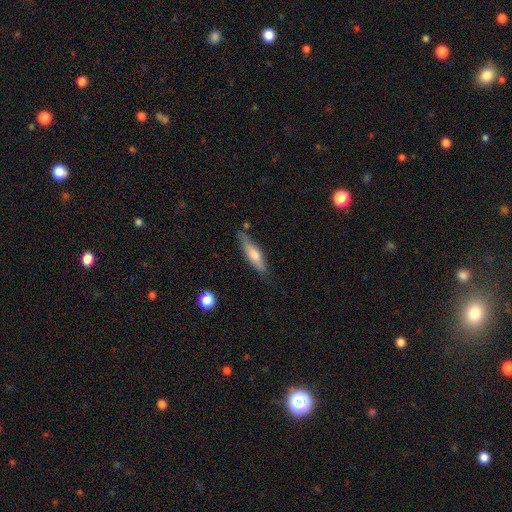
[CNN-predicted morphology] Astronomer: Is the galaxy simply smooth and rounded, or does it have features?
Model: smooth — 57% (runner-up: featured or disk, 37%).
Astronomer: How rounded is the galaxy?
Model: cigar-shaped — 76%.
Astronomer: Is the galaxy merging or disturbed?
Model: none — 74%.